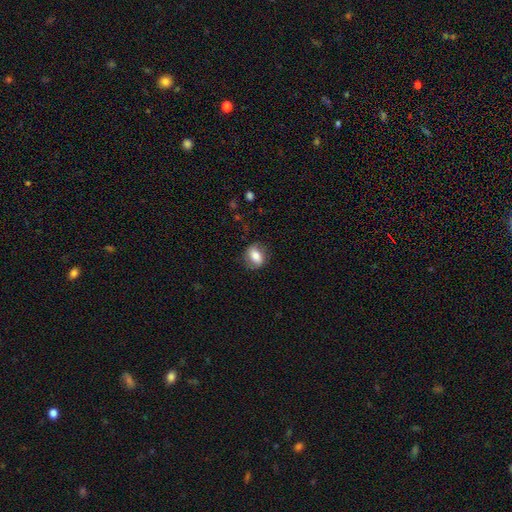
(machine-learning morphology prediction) smooth_or_featured: smooth (p=0.74) [alt: featured or disk p=0.19]
how_rounded: in between (p=0.68) [alt: round p=0.29]
merging: none (p=0.79) [alt: minor disturbance p=0.15]